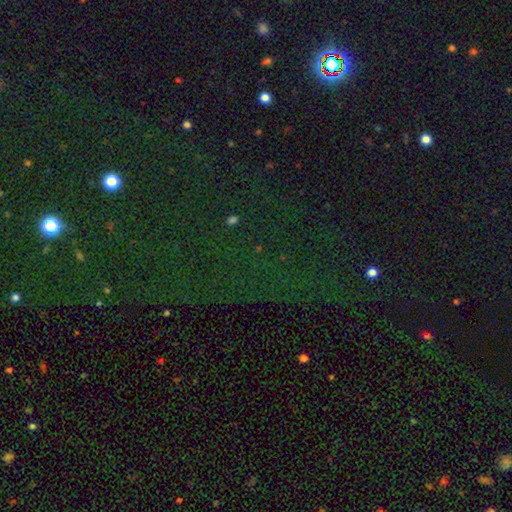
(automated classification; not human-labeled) This appears to be a star or artifact, not a galaxy (76%).